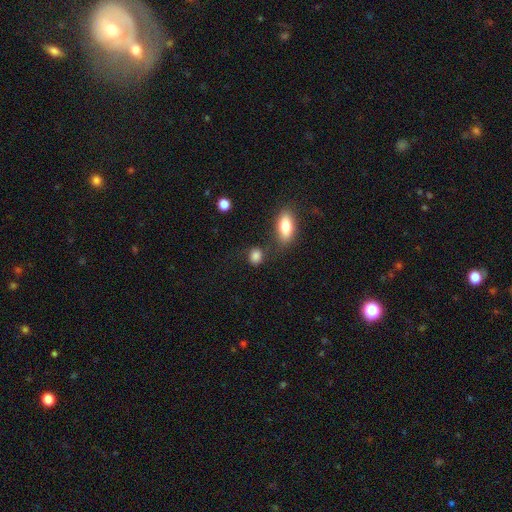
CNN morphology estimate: Smooth or featured: smooth — 85% (star or artifact — 9%)
How rounded: round — 54% (in between — 43%)
Merging: none — 70% (minor disturbance — 16%)